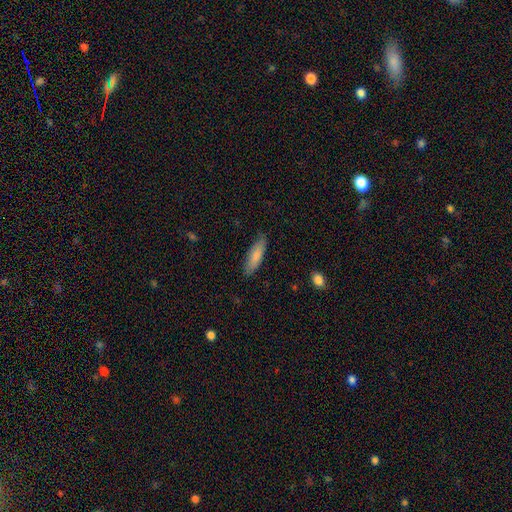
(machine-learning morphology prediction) Smooth or featured? smooth (80%)
How rounded? cigar-shaped (51%)
Merging? none (81%)